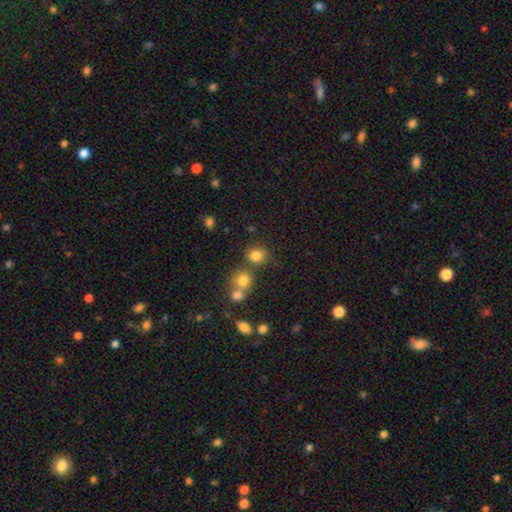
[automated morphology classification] Smooth or featured?
  - smooth: 79% *
  - star or artifact: 14%
  - featured or disk: 7%
How rounded?
  - round: 76% *
  - in between: 23%
  - cigar-shaped: 1%
Merging?
  - none: 62% *
  - merger: 22%
  - minor disturbance: 11%
  - major disturbance: 5%